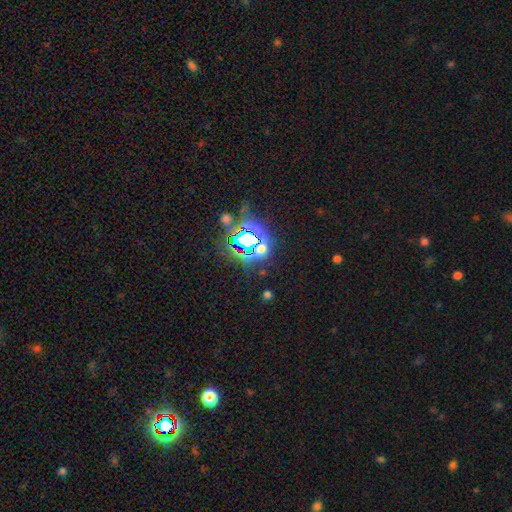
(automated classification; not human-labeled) star or artifact 83%, smooth 10%, featured or disk 7%.